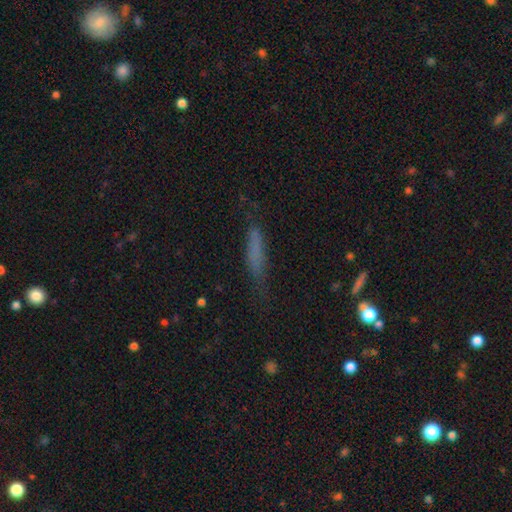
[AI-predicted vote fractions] A smooth galaxy with no disk features (64%) that is cigar-shaped (83%). Merging: none (62%).